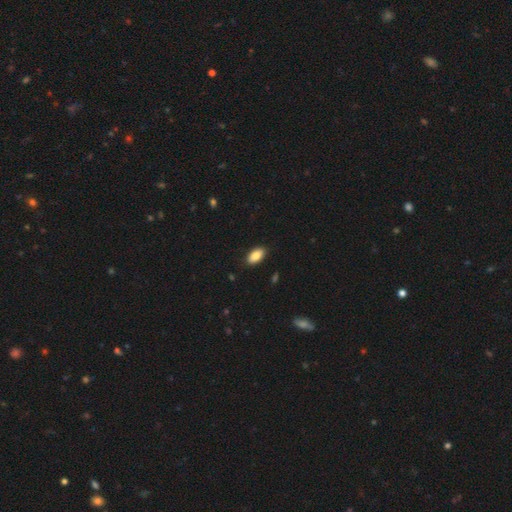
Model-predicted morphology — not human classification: smooth_or_featured: smooth (p=0.86) [alt: featured or disk p=0.07]
how_rounded: in between (p=0.93) [alt: cigar-shaped p=0.04]
merging: none (p=0.89) [alt: minor disturbance p=0.08]